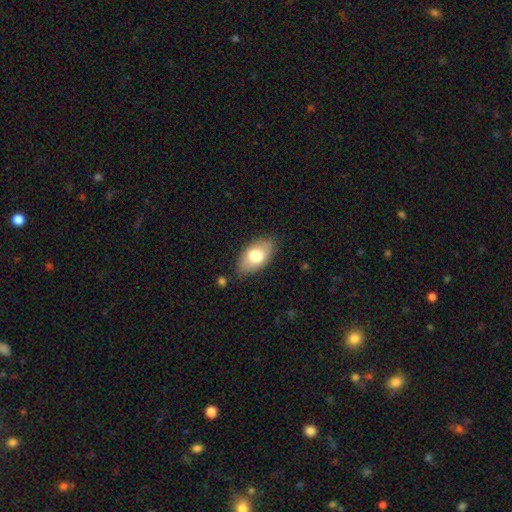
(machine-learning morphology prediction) A smooth galaxy with no disk features (74%) that is in between round and cigar-shaped (93%). Merging: none (82%).